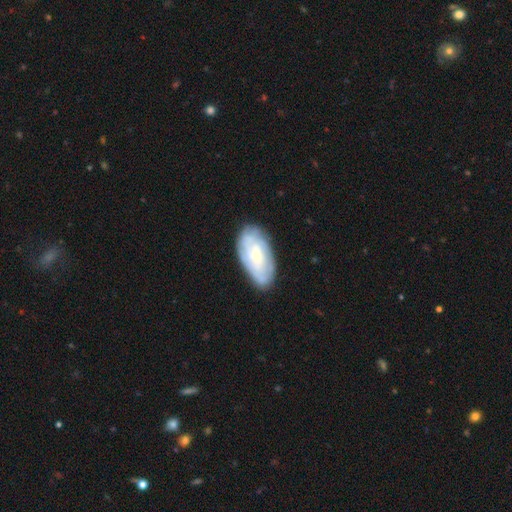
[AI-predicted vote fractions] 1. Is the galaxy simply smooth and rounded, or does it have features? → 54% featured or disk, 39% smooth, 6% star or artifact.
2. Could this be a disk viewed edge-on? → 93% no, 7% yes.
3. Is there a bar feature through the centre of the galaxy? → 70% no, 25% weak, 5% strong.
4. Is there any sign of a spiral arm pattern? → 74% yes, 26% no.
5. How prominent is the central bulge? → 61% small, 28% moderate, 6% none, 3% large, 1% dominant.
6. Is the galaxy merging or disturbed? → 77% none, 17% minor disturbance, 4% major disturbance, 2% merger.